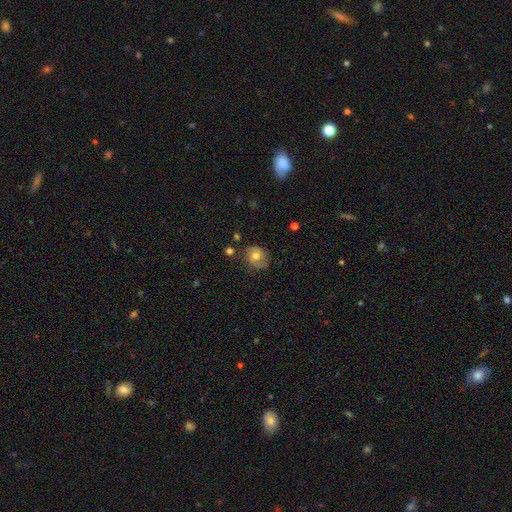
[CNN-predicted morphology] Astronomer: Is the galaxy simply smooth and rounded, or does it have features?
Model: smooth — 50% (runner-up: featured or disk, 40%).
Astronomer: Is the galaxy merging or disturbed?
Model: none — 67%.